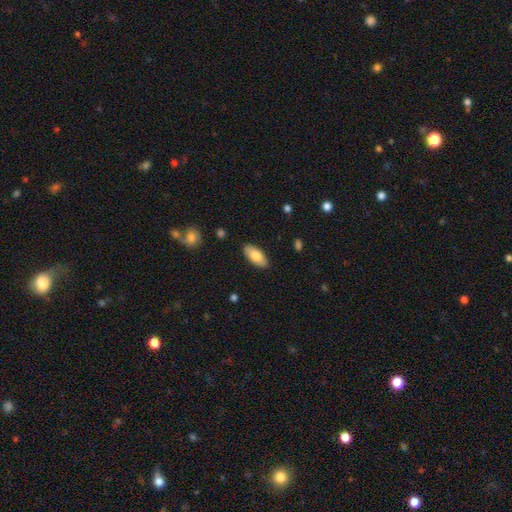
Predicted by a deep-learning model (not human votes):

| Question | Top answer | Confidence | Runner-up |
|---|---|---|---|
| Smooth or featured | smooth | 78% | featured or disk (16%) |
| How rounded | in between | 89% | cigar-shaped (9%) |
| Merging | none | 87% | minor disturbance (9%) |